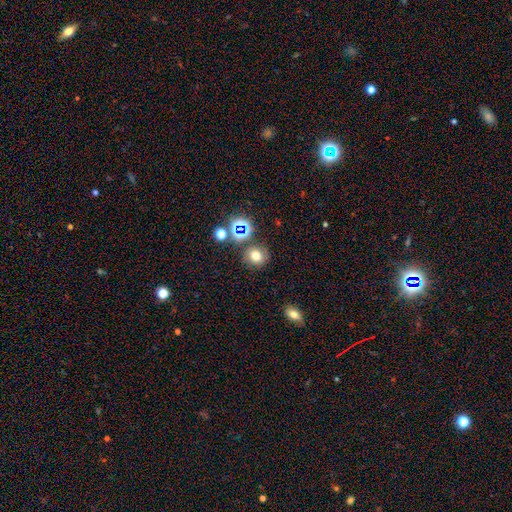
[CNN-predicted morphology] type=smooth (68%); roundness=round (87%); merging=none (78%).